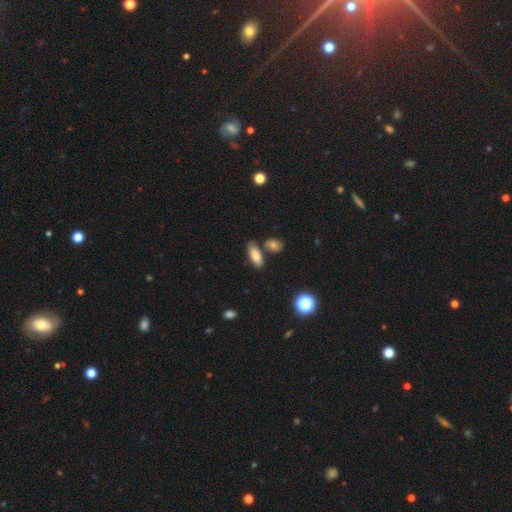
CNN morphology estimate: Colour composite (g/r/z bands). It shows a smooth galaxy with no disk features (80%) that is in between round and cigar-shaped (78%). Merging: none (67%).